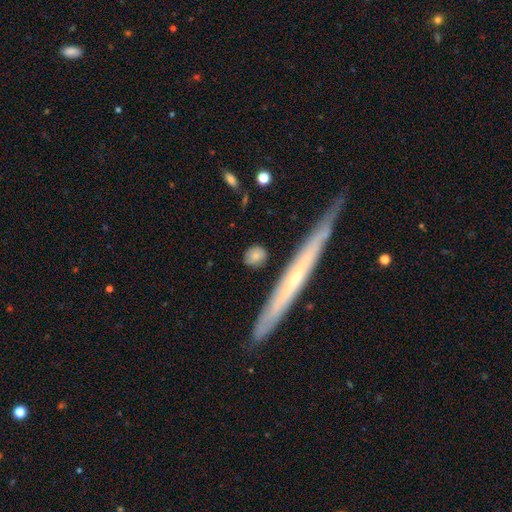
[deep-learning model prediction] Smooth or featured?
  - smooth: 77% *
  - featured or disk: 17%
  - star or artifact: 6%
How rounded?
  - round: 65% *
  - in between: 19%
  - cigar-shaped: 15%
Merging?
  - none: 85% *
  - minor disturbance: 10%
  - merger: 3%
  - major disturbance: 3%